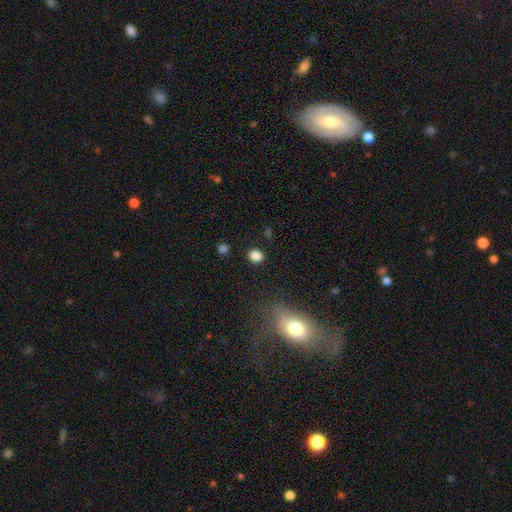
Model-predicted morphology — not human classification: Q: Smooth or featured?
A: smooth (84%); runner-up: star or artifact (12%)
Q: How rounded?
A: round (73%); runner-up: in between (26%)
Q: Merging?
A: none (89%); runner-up: minor disturbance (7%)